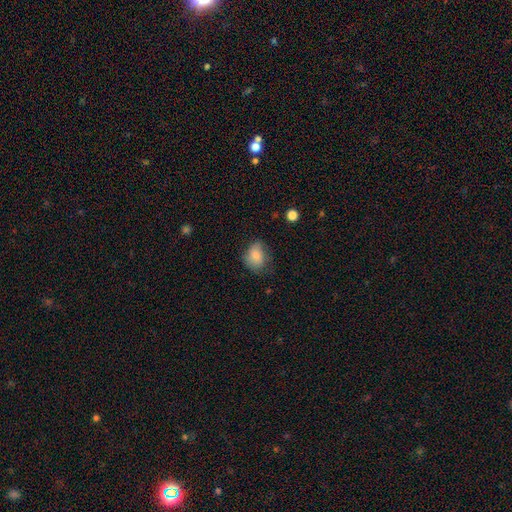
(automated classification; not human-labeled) smooth 80%, featured or disk 12%, star or artifact 8%. Down the decision tree: how rounded — in between (56%); merging — none (61%).